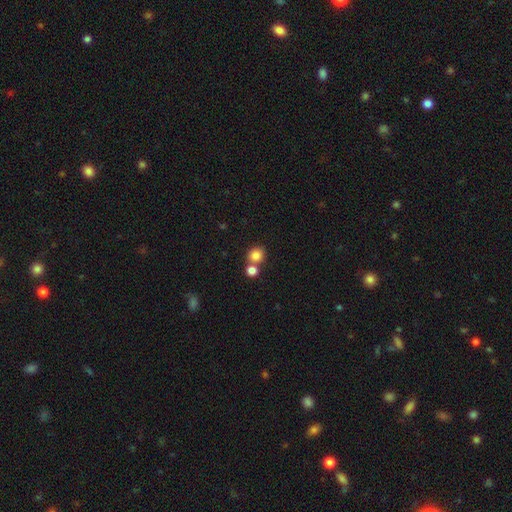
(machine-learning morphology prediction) Smooth or featured: smooth — 83% (star or artifact — 11%)
How rounded: round — 84% (in between — 15%)
Merging: none — 56% (merger — 33%)